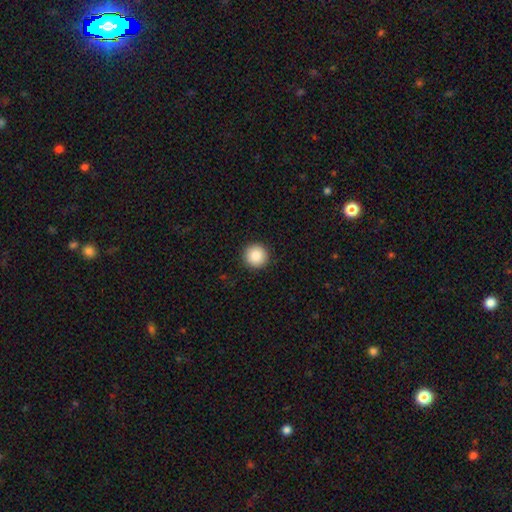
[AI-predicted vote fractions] Q: Smooth or featured?
A: smooth (88%); runner-up: star or artifact (8%)
Q: How rounded?
A: round (96%); runner-up: in between (3%)
Q: Merging?
A: none (93%); runner-up: minor disturbance (5%)